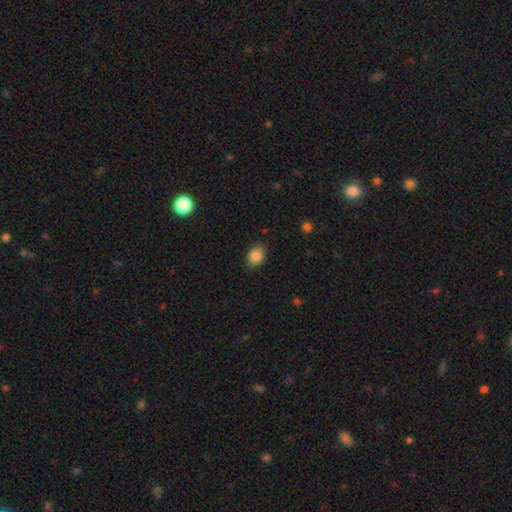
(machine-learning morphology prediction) A smooth galaxy with no disk features (87%) that is in between round and cigar-shaped (70%).

Vote fractions:
- Smooth or featured? smooth: 87% / star or artifact: 9% / featured or disk: 5%
- How rounded? in between: 70% / round: 29% / cigar-shaped: 1%
- Merging? none: 83% / minor disturbance: 13% / major disturbance: 3% / merger: 1%